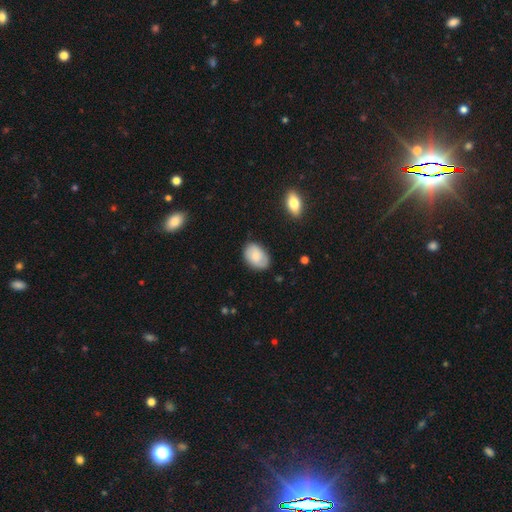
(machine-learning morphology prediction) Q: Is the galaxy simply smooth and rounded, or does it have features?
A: smooth — 72%.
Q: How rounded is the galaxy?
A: in between — 87%.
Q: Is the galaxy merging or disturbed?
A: none — 77%.